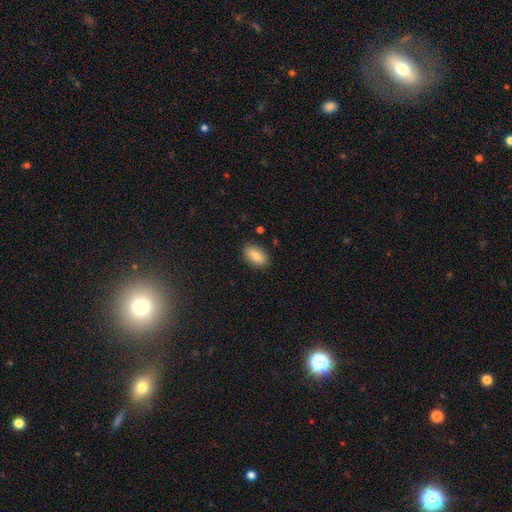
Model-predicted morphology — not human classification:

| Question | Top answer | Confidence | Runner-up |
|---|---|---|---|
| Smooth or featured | smooth | 82% | featured or disk (10%) |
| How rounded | in between | 90% | round (5%) |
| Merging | none | 86% | minor disturbance (10%) |